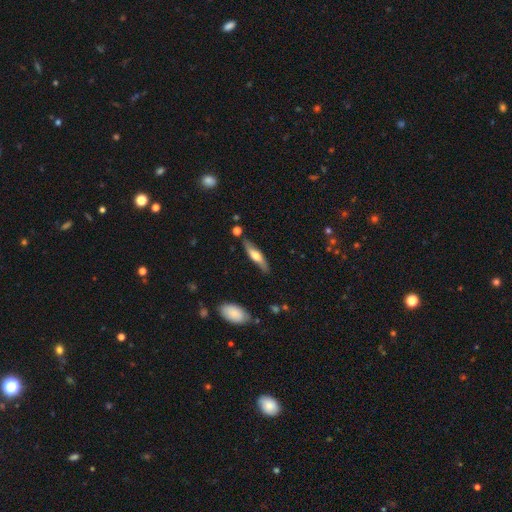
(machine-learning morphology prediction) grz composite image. It shows a smooth galaxy with no disk features (50%). Merging: none (80%).